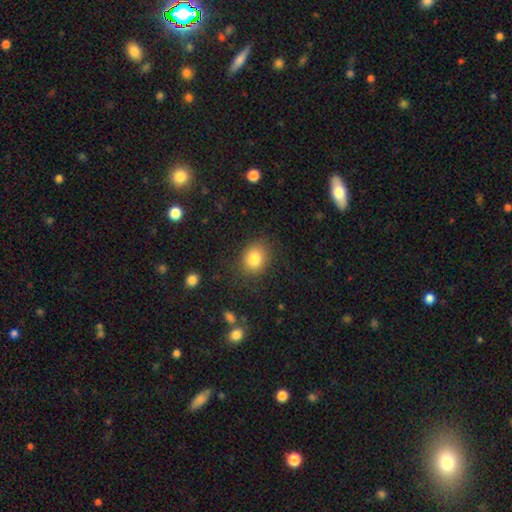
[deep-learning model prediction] A smooth galaxy with no disk features (82%) that is round (61%).

Vote fractions:
- Smooth or featured? smooth: 82% / star or artifact: 11% / featured or disk: 7%
- How rounded? round: 61% / in between: 38% / cigar-shaped: 1%
- Merging? none: 86% / minor disturbance: 10% / major disturbance: 3% / merger: 1%